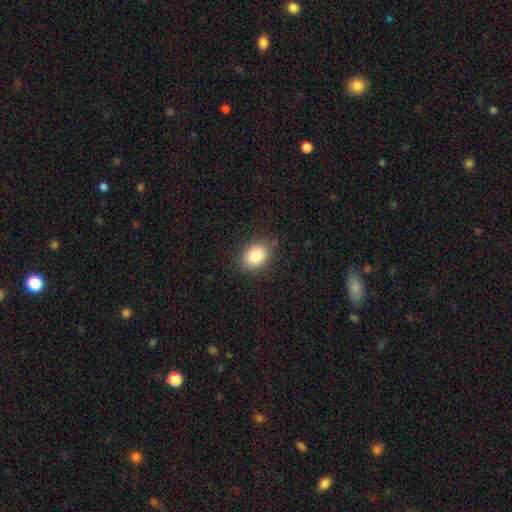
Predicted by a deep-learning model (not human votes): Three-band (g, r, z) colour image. It shows a smooth galaxy with no disk features (87%) that is in between round and cigar-shaped (70%). Merging: none (82%).